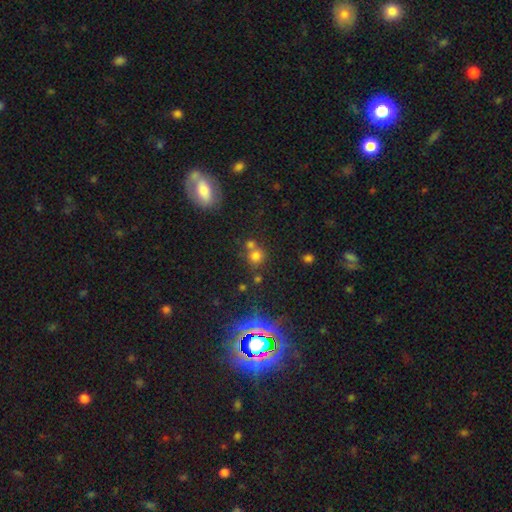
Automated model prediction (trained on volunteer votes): Smooth or featured?
  - smooth: 68% *
  - star or artifact: 23%
  - featured or disk: 9%
How rounded?
  - round: 85% *
  - in between: 14%
  - cigar-shaped: 1%
Merging?
  - none: 56% *
  - merger: 32%
  - minor disturbance: 9%
  - major disturbance: 4%